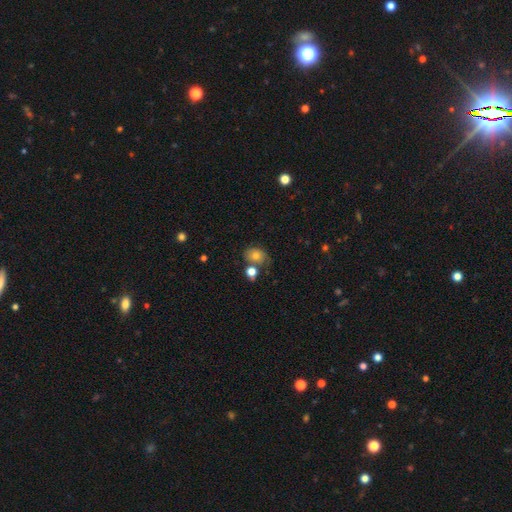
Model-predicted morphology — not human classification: The model was most divided on "how rounded": in between: 55%, round: 43%, cigar-shaped: 1%. More confident: smooth or featured — smooth (67%); merging — none (50%).